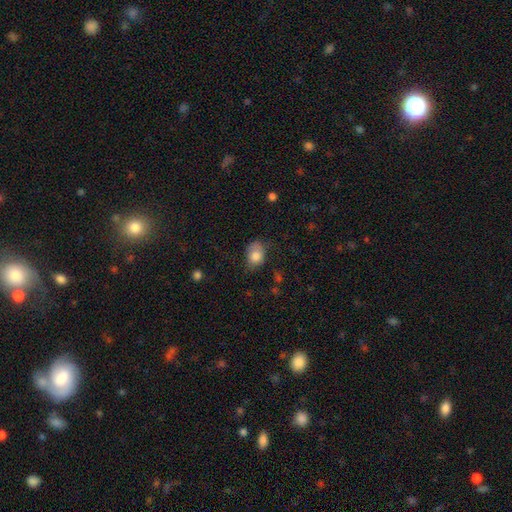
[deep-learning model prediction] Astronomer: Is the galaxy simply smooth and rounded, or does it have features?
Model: smooth — 80%.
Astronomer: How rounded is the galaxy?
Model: in between — 65%.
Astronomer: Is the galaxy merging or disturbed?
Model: none — 52% (runner-up: minor disturbance, 33%).